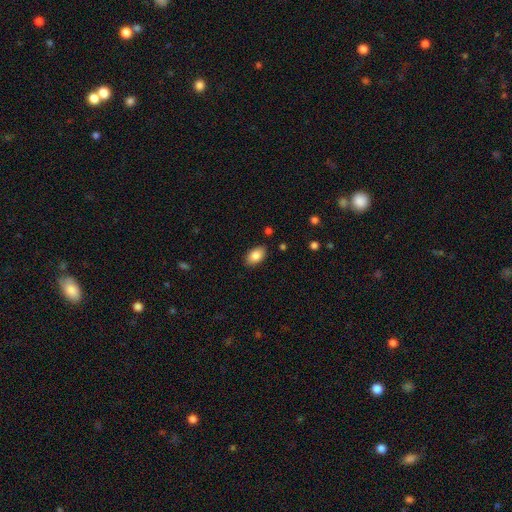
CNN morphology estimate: Q: Smooth or featured?
A: smooth (86%); runner-up: star or artifact (7%)
Q: How rounded?
A: in between (92%); runner-up: round (7%)
Q: Merging?
A: none (87%); runner-up: minor disturbance (10%)